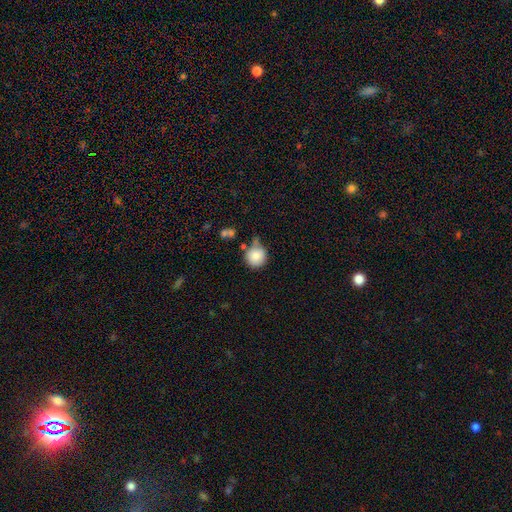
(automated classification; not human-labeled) smooth-or-featured: smooth: 85% | star or artifact: 8% | featured or disk: 6%
  how-rounded: round: 92% | in between: 7% | cigar-shaped: 1%
  merging: none: 54% | minor disturbance: 27% | merger: 11% | major disturbance: 8%